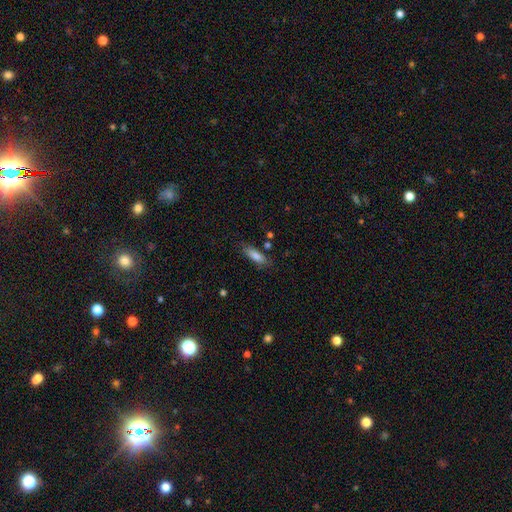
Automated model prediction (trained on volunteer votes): Overall: smooth (80%). How rounded: in between (56%; cigar-shaped 42%). Merging: none (76%).